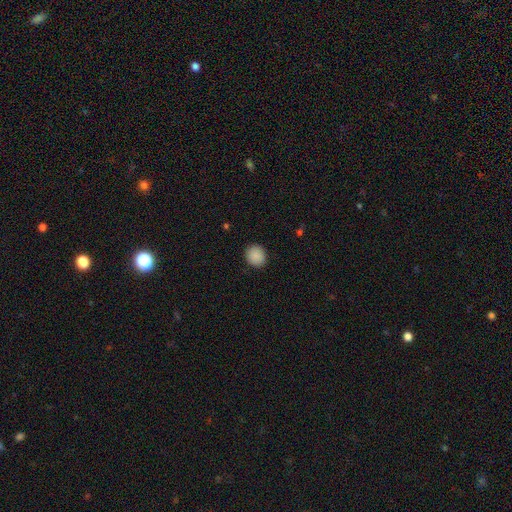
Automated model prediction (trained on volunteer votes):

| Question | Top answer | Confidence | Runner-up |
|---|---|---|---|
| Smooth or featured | smooth | 89% | star or artifact (9%) |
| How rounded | round | 82% | in between (17%) |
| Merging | none | 91% | minor disturbance (6%) |